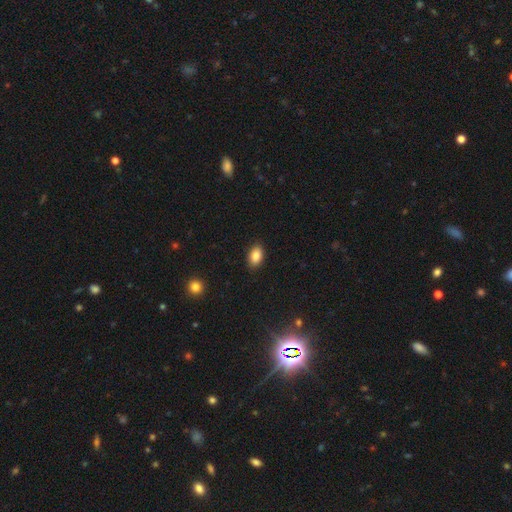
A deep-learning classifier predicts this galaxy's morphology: smooth-or-featured: smooth: 87% | star or artifact: 8% | featured or disk: 5%
  how-rounded: in between: 89% | round: 10% | cigar-shaped: 2%
  merging: none: 88% | minor disturbance: 8% | major disturbance: 2% | merger: 1%